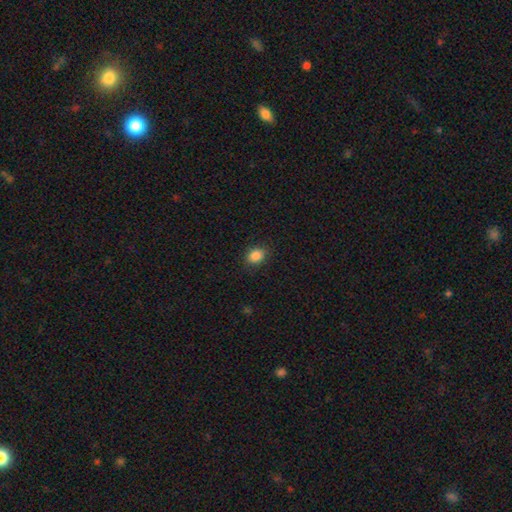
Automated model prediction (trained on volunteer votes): Smooth or featured?
  - smooth: 86% *
  - star or artifact: 10%
  - featured or disk: 4%
How rounded?
  - in between: 53% *
  - round: 46%
  - cigar-shaped: 1%
Merging?
  - none: 87% *
  - minor disturbance: 9%
  - major disturbance: 2%
  - merger: 1%